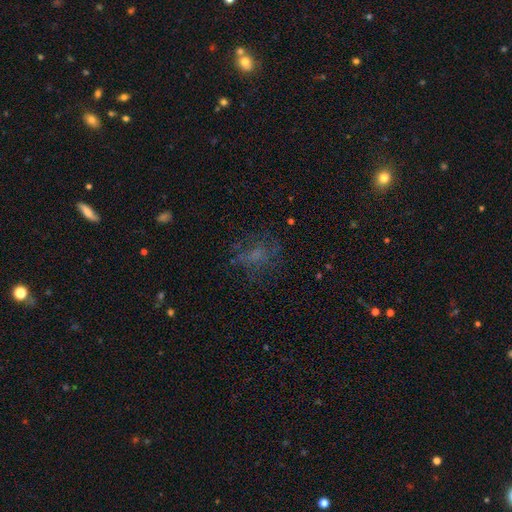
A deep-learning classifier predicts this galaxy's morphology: This is marginally a smooth galaxy (42%). Merging: possibly none (59%).